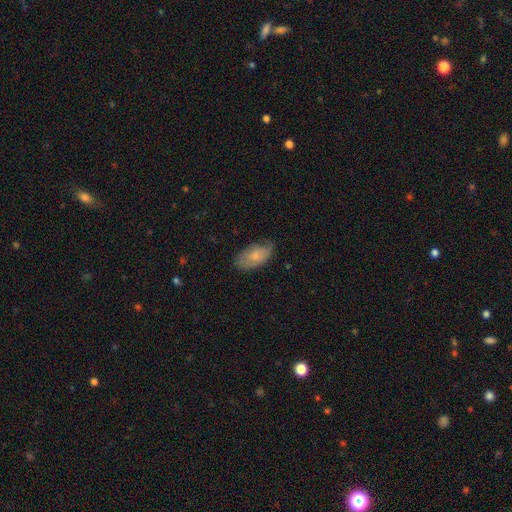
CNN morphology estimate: Smooth or featured: smooth — 72% (featured or disk — 22%)
How rounded: in between — 93% (round — 4%)
Merging: none — 65% (minor disturbance — 28%)